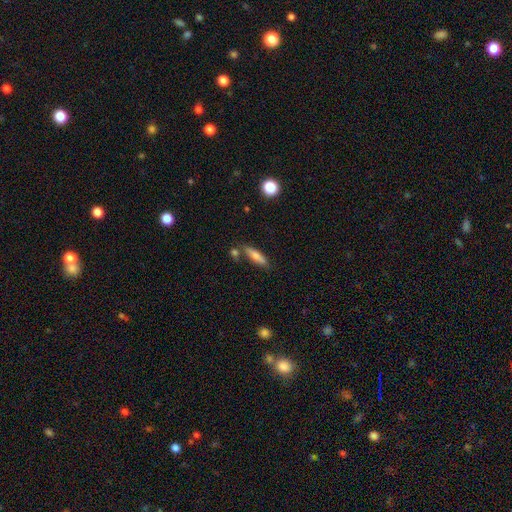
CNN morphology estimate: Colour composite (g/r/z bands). It shows a smooth galaxy with no disk features (65%) that is cigar-shaped (69%). Merging: none (76%).